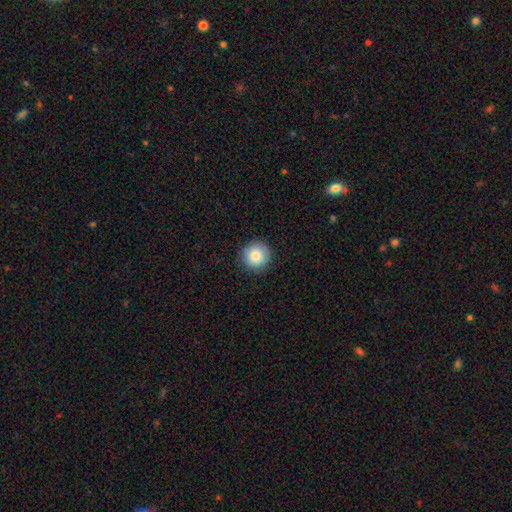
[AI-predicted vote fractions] This appears to be a smooth galaxy with no disk features (85%) that is round (95%). Merging: none (90%).